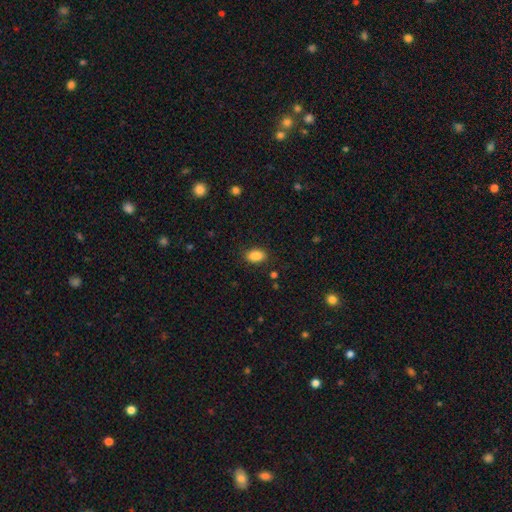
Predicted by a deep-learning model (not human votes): This is clearly a smooth galaxy (88%). How rounded: clearly in between (88%). Merging: clearly none (87%).